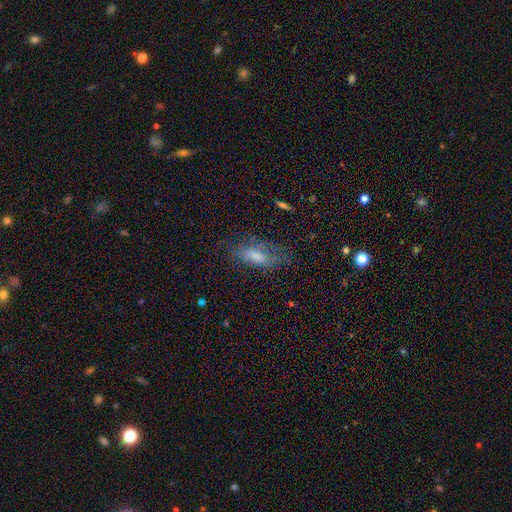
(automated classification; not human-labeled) smooth 56%, featured or disk 30%, star or artifact 14%. Down the decision tree: how rounded — in between (68%); merging — none (59%).